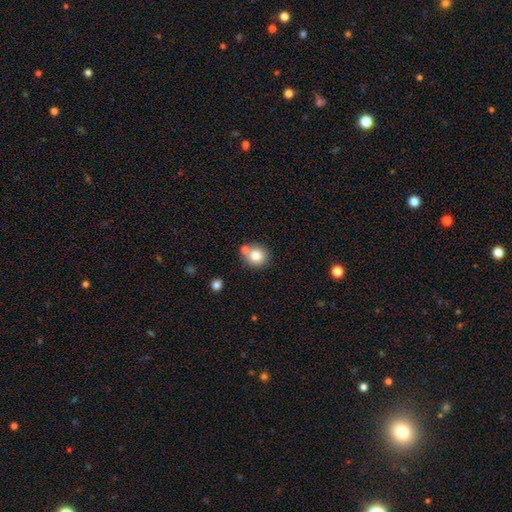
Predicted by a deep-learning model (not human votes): Smooth or featured? Predicted: smooth (p=0.82). How rounded? Predicted: round (p=0.84). Merging? Predicted: none (p=0.65).